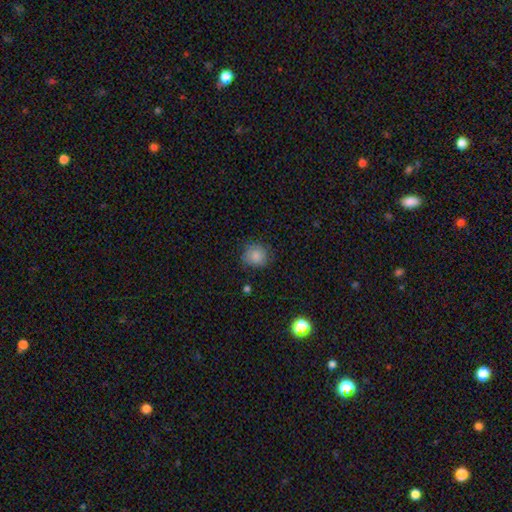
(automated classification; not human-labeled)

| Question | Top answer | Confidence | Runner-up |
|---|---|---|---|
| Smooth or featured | smooth | 83% | star or artifact (9%) |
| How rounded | round | 85% | in between (14%) |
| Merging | none | 78% | minor disturbance (16%) |